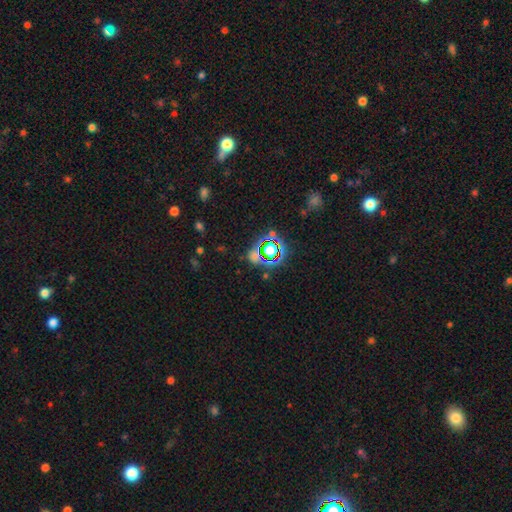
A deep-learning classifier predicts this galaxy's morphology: Overall: star or artifact (68%).